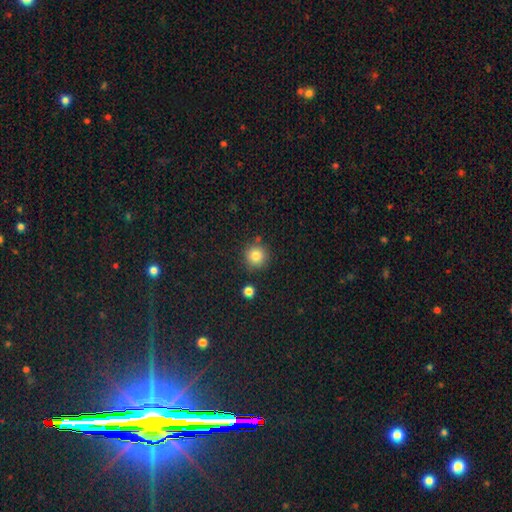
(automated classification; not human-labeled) smooth-or-featured: smooth: 83% | star or artifact: 11% | featured or disk: 6%
  how-rounded: round: 94% | in between: 5% | cigar-shaped: 1%
  merging: none: 84% | minor disturbance: 9% | merger: 5% | major disturbance: 3%